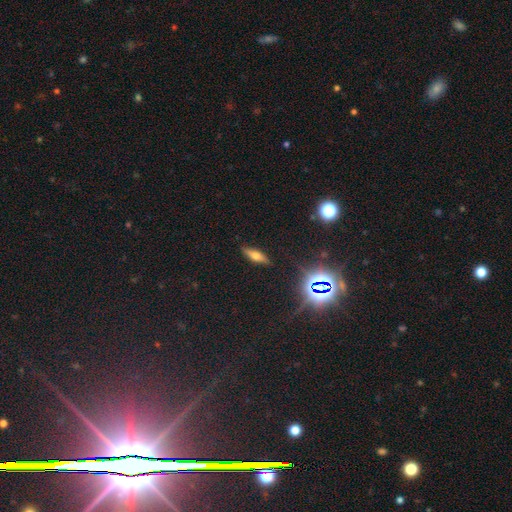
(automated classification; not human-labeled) smooth 52%, featured or disk 31%, star or artifact 17%. Down the decision tree: how rounded — in between (48%, tied with cigar-shaped); merging — none (86%).